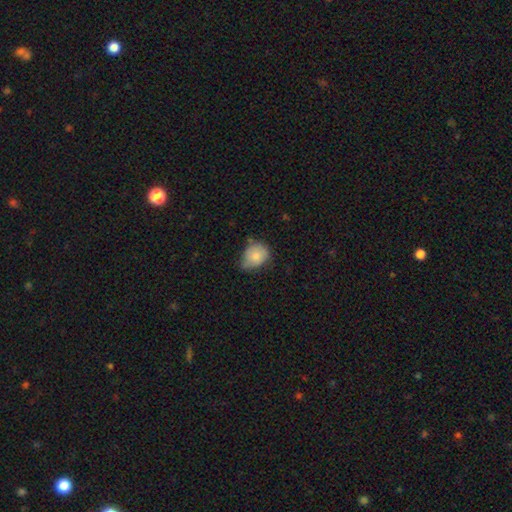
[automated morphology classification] Q: Smooth or featured?
A: smooth (79%); runner-up: featured or disk (13%)
Q: How rounded?
A: round (54%); runner-up: in between (45%)
Q: Merging?
A: minor disturbance (47%); runner-up: none (40%)